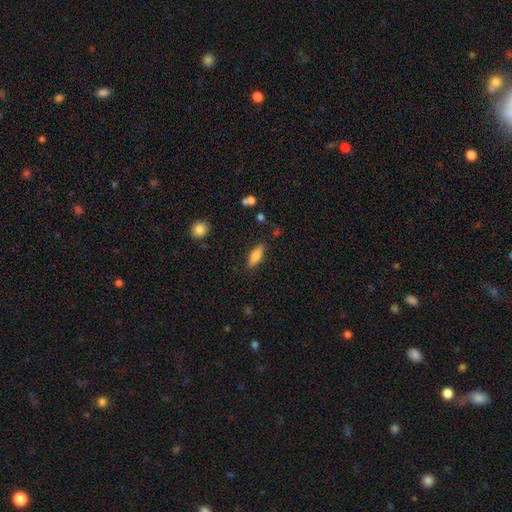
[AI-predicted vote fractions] Smooth or featured: smooth — 77% (featured or disk — 16%)
How rounded: in between — 64% (cigar-shaped — 34%)
Merging: none — 84% (minor disturbance — 12%)